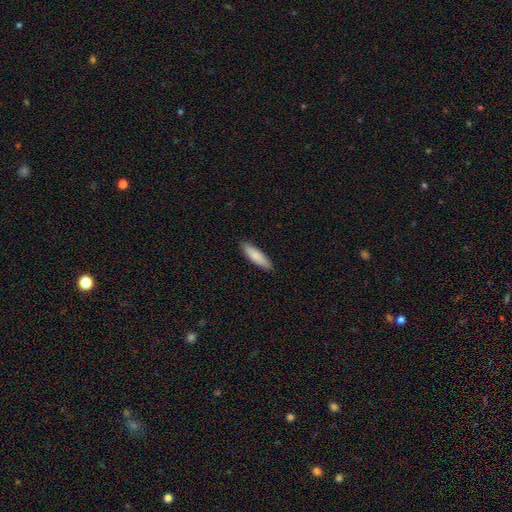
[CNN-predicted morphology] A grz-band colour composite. It shows a smooth galaxy with no disk features (84%) that is cigar-shaped (63%). Merging: none (89%).